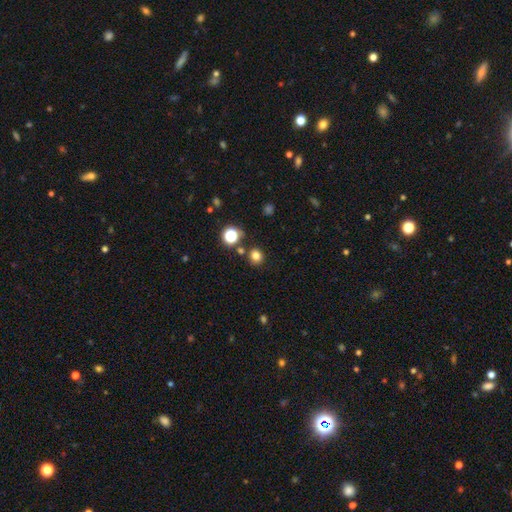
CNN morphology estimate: smooth_or_featured: smooth (p=0.78) [alt: star or artifact p=0.16]
how_rounded: round (p=0.87) [alt: in between p=0.12]
merging: none (p=0.83) [alt: minor disturbance p=0.08]